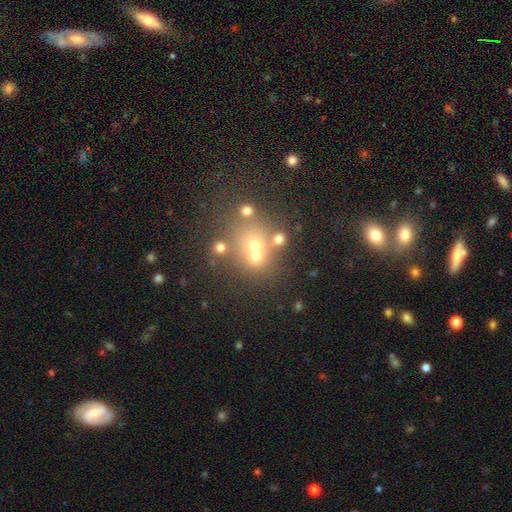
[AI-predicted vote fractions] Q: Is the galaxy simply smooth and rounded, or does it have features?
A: smooth — 58%.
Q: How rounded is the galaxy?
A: round — 76%.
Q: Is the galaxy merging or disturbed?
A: none — 46%.